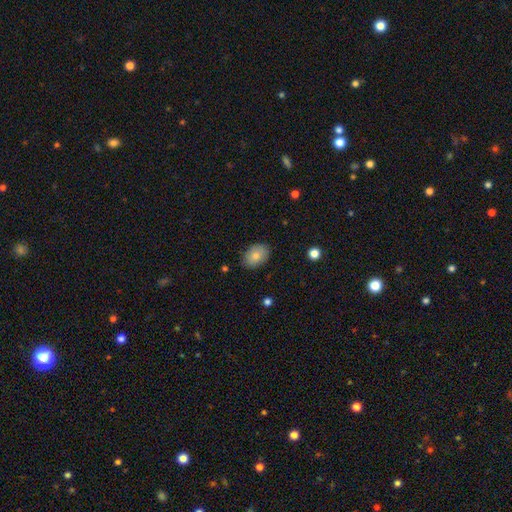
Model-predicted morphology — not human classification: Smooth or featured: smooth — 80% (featured or disk — 12%)
How rounded: in between — 80% (round — 19%)
Merging: none — 83% (minor disturbance — 13%)